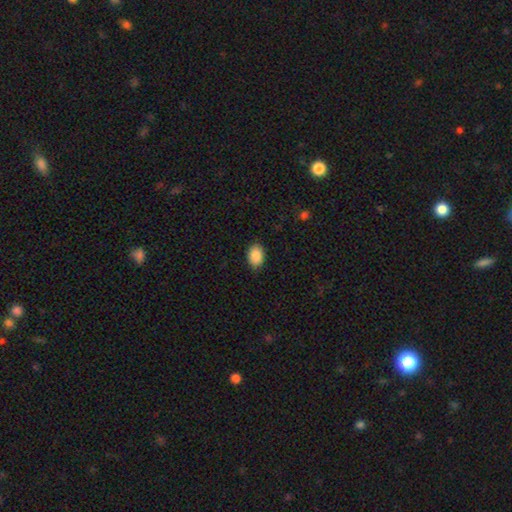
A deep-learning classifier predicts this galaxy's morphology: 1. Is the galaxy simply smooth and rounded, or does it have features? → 89% smooth, 7% star or artifact, 4% featured or disk.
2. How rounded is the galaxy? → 83% in between, 16% round, 1% cigar-shaped.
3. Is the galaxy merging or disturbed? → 88% none, 9% minor disturbance, 2% major disturbance, 1% merger.